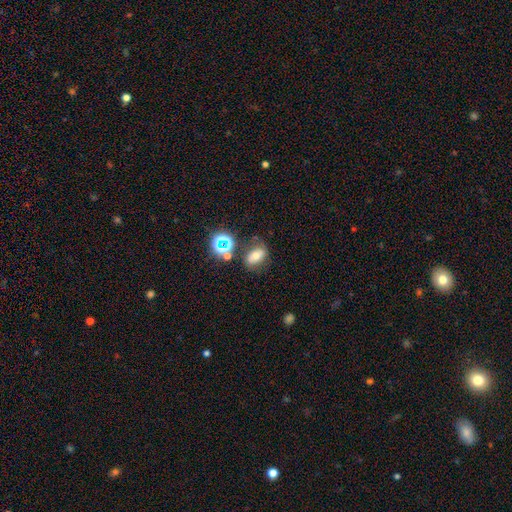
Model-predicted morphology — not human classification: This is possibly a smooth galaxy (58%). How rounded: likely in between (74%). Merging: likely none (66%).